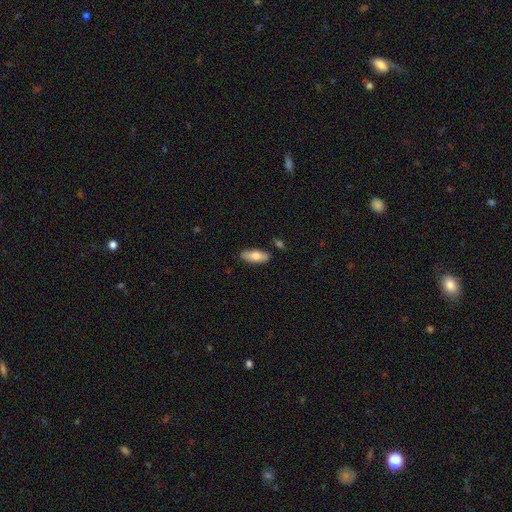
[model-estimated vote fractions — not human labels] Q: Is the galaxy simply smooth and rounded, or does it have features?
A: smooth — 76%.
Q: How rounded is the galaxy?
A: in between — 73%.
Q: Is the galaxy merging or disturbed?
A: none — 81%.